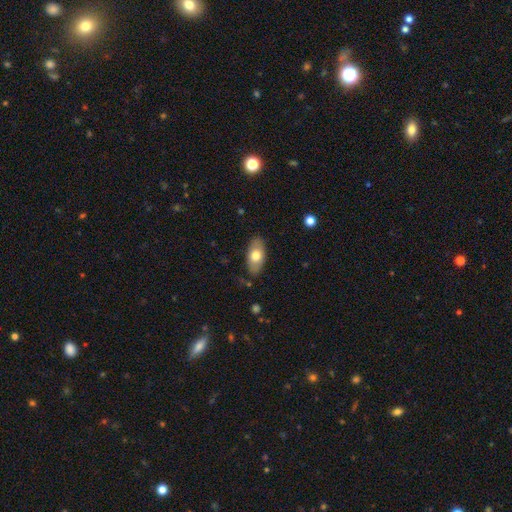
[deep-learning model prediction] This appears to be a smooth galaxy with no disk features (67%) that is in between round and cigar-shaped (93%). Merging: none (84%).